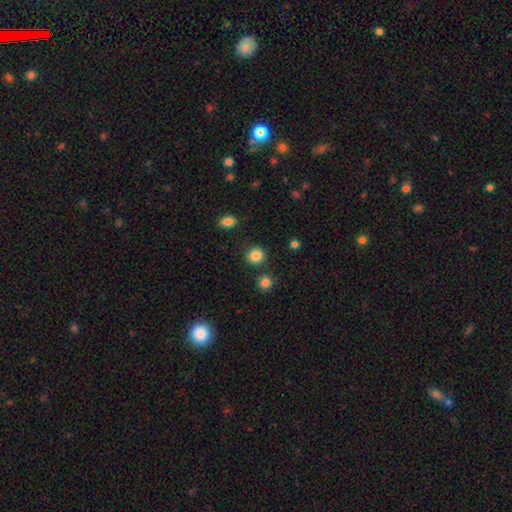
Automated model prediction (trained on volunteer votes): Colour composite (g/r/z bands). It shows a smooth galaxy with no disk features (85%) that is round (87%). Merging: none (86%).